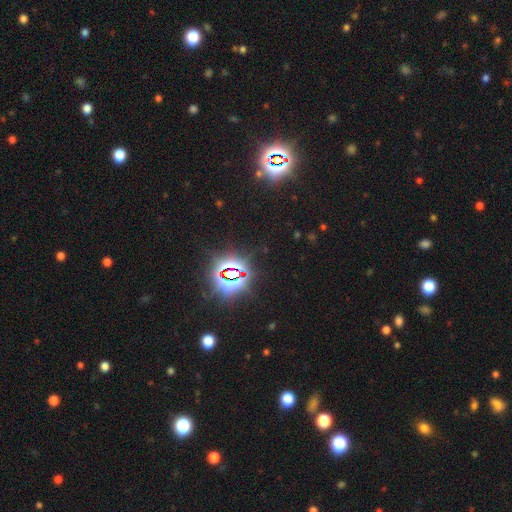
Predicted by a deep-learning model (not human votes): smooth_or_featured: star or artifact (p=0.84) [alt: smooth p=0.10]